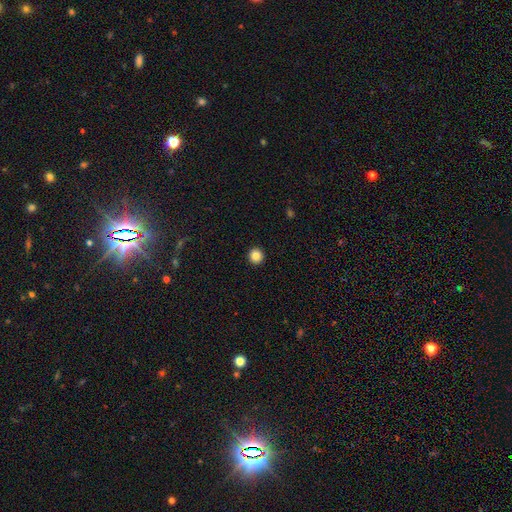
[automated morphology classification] smooth_or_featured: smooth (p=0.85) [alt: star or artifact p=0.10]
how_rounded: round (p=0.94) [alt: in between p=0.05]
merging: none (p=0.94) [alt: minor disturbance p=0.04]